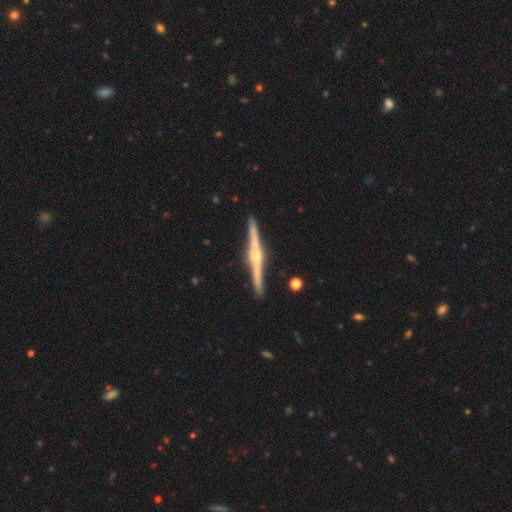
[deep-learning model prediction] A featured or disk galaxy (85%) viewed edge-on (99%) with a rounded central bulge (80%).

Vote fractions:
- Smooth or featured? featured or disk: 85% / smooth: 11% / star or artifact: 5%
- Edge-on disk? yes: 99% / no: 1%
- Edge-on bulge? rounded: 80% / boxy: 12% / none: 7%
- Merging? none: 92% / minor disturbance: 6% / merger: 1% / major disturbance: 1%